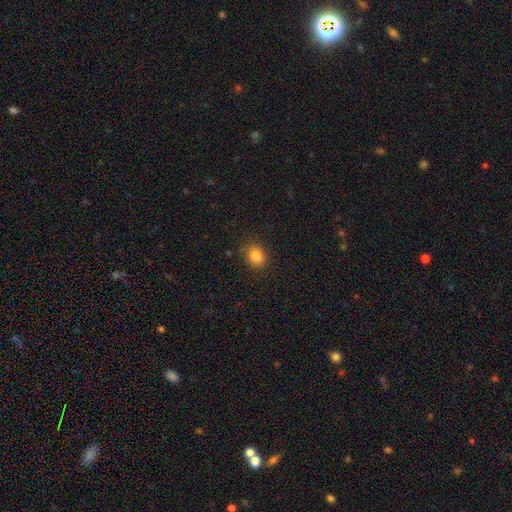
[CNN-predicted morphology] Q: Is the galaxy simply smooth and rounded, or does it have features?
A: smooth — 83%.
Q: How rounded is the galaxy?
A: in between — 56%.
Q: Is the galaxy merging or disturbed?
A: none — 75%.